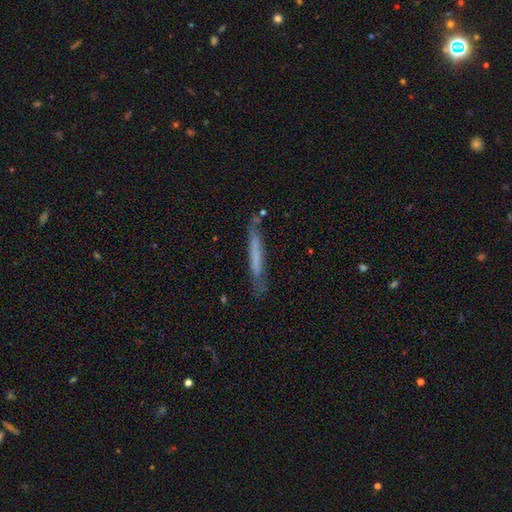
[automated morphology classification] Overall: smooth (50%; featured or disk 42%). How rounded: cigar-shaped (96%). Merging: none (73%).